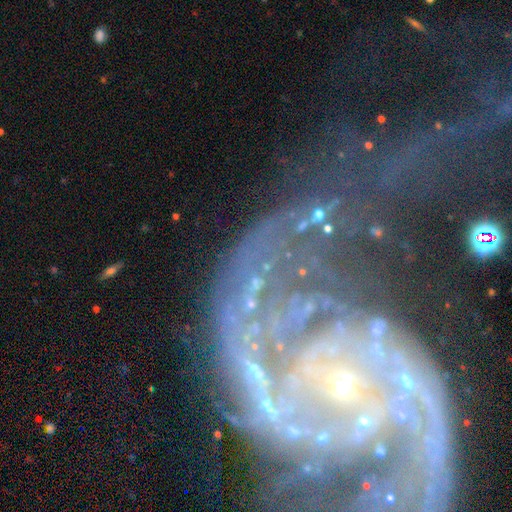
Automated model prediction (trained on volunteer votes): A featured or disk galaxy (59%) with no bar (53%), spiral arms (75%) and a small central bulge (45%). Merging: none (54%).